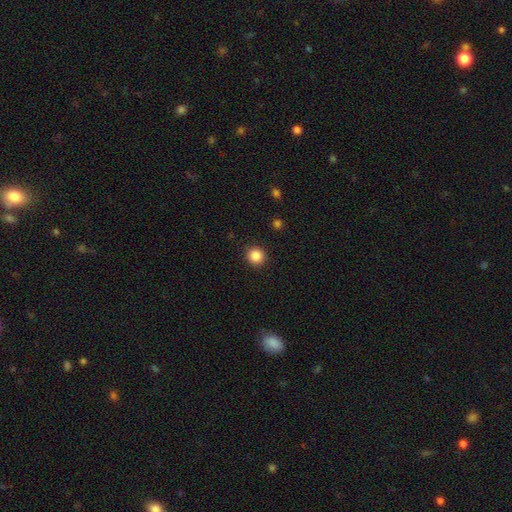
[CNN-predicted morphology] The model was most divided on "smooth or featured": smooth: 86%, star or artifact: 10%, featured or disk: 4%. More confident: how rounded — round (92%); merging — none (91%).